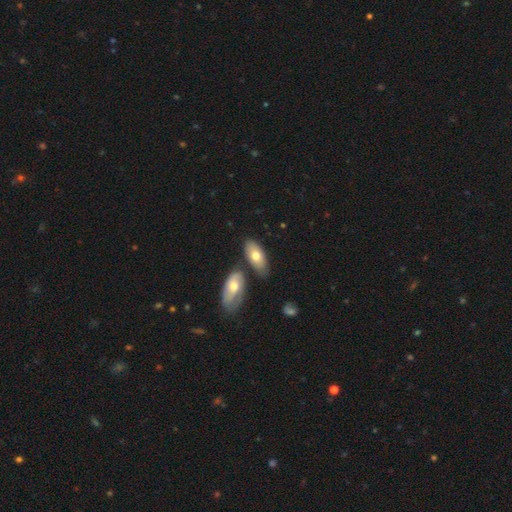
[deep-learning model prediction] Smooth or featured? Predicted: smooth (p=0.68). How rounded? Predicted: in between (p=0.90). Merging? Predicted: none (p=0.60).